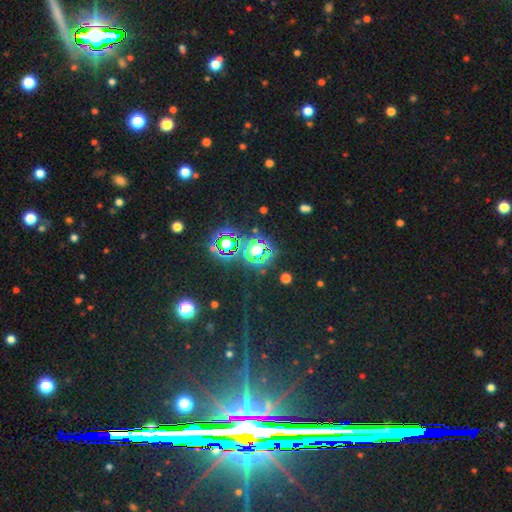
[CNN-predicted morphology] A star or artifact, not a galaxy (74%).